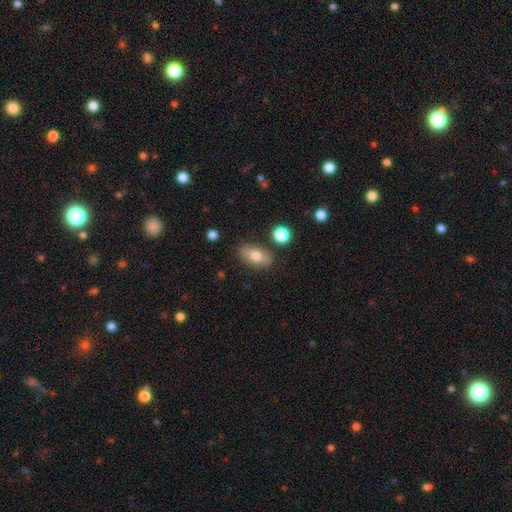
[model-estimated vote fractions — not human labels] Overall: smooth (73%). How rounded: in between (87%). Merging: none (82%).